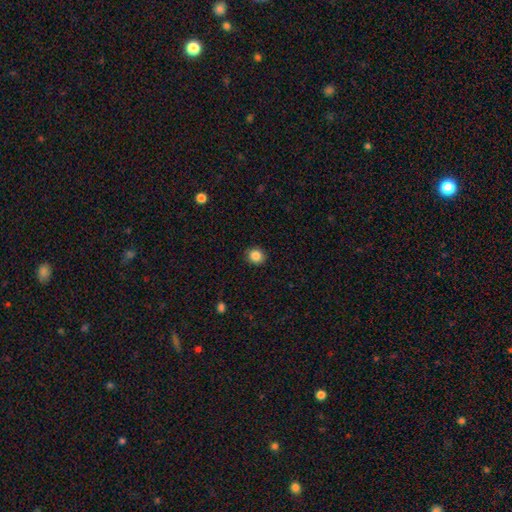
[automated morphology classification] type=smooth (86%); roundness=round (84%); merging=none (91%).